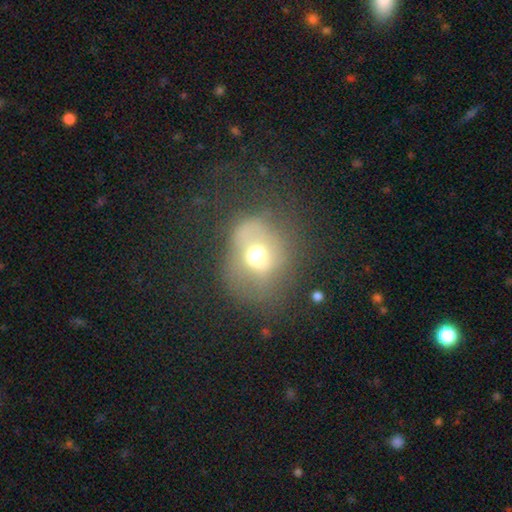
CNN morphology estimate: smooth 51%, featured or disk 37%, star or artifact 12%. Down the decision tree: how rounded — round (52%); merging — none (41%).